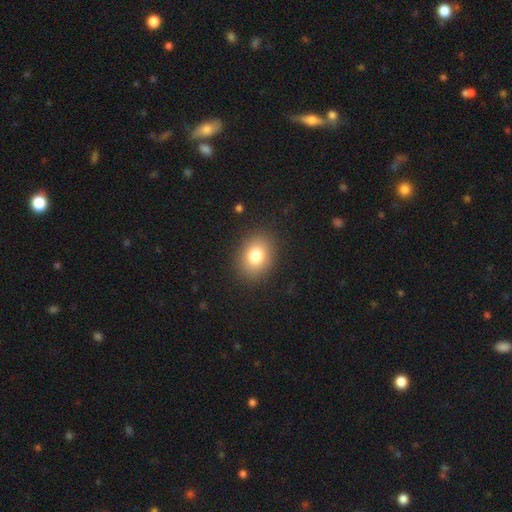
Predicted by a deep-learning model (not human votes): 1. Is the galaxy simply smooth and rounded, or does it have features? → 80% smooth, 10% star or artifact, 10% featured or disk.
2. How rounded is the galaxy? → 53% in between, 46% round, 1% cigar-shaped.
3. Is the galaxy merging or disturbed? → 88% none, 8% minor disturbance, 3% major disturbance, 1% merger.